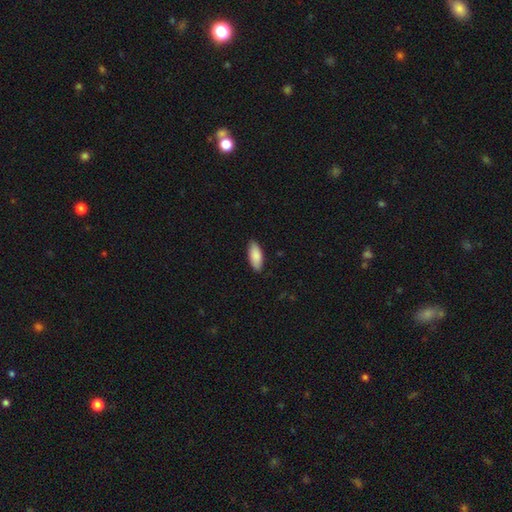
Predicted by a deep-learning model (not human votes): Smooth or featured: smooth — 87% (featured or disk — 8%)
How rounded: in between — 83% (cigar-shaped — 15%)
Merging: none — 86% (minor disturbance — 11%)